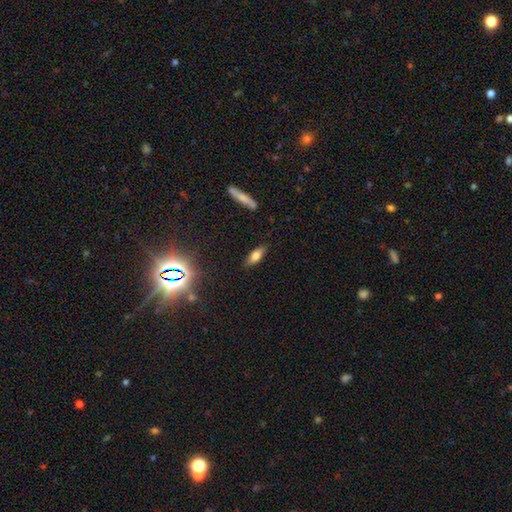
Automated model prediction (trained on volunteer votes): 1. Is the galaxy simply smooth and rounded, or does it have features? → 69% smooth, 21% featured or disk, 10% star or artifact.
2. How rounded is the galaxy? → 64% in between, 33% cigar-shaped, 3% round.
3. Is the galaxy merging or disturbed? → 85% none, 11% minor disturbance, 2% major disturbance, 2% merger.